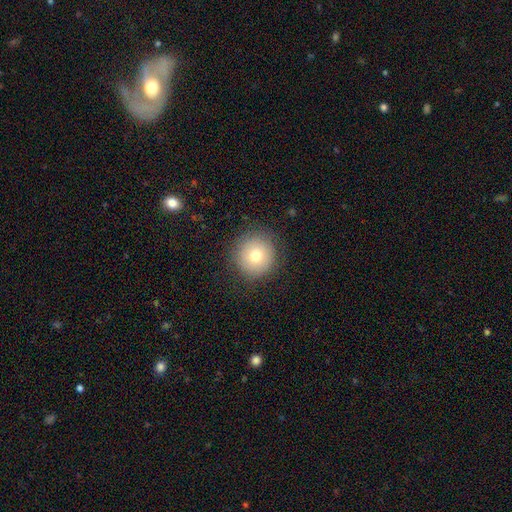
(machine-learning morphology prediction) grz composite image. It shows a smooth galaxy with no disk features (74%) that is round (94%). Merging: none (86%).